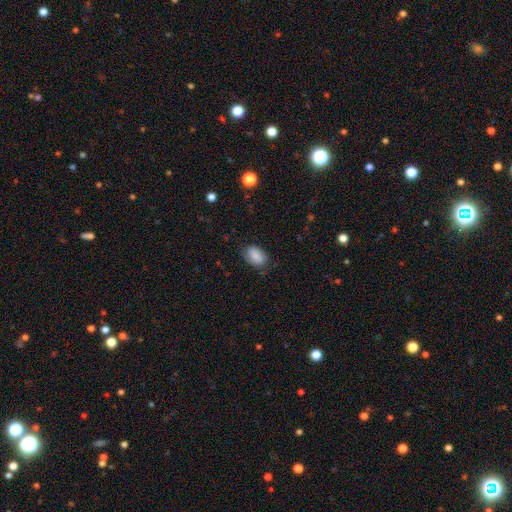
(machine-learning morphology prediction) Overall: smooth (83%). How rounded: in between (86%). Merging: none (73%).